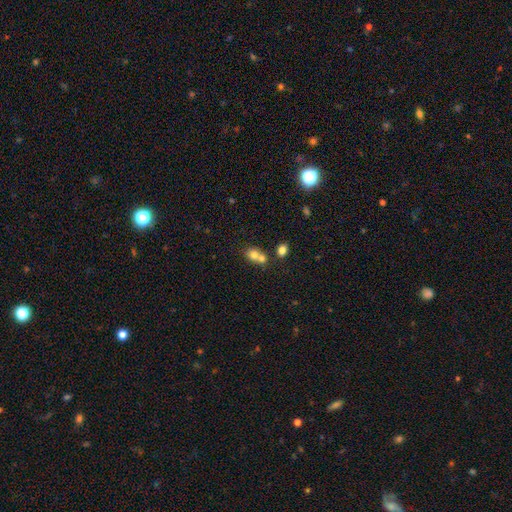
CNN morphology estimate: Smooth or featured: smooth — 73% (featured or disk — 14%)
How rounded: round — 63% (in between — 36%)
Merging: merger — 58% (none — 33%)